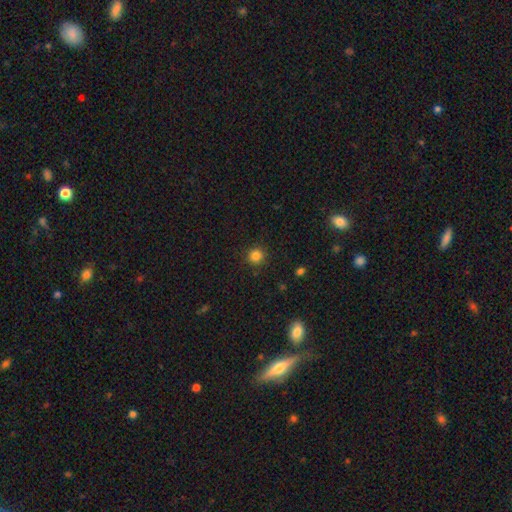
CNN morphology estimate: Overall: smooth (83%). How rounded: round (94%). Merging: none (91%).